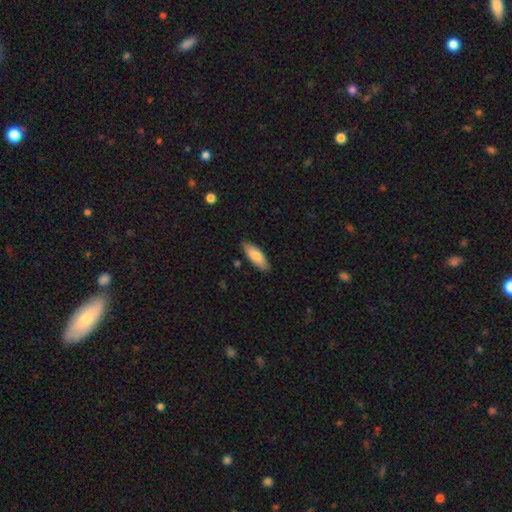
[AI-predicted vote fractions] smooth 79%, featured or disk 15%, star or artifact 6%. Down the decision tree: how rounded — in between (67%); merging — none (85%).